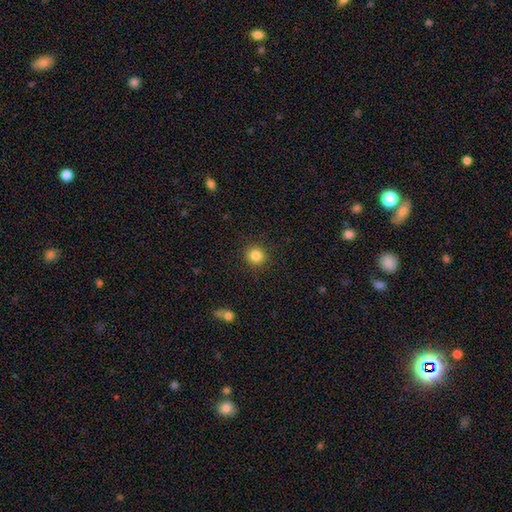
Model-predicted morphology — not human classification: A smooth galaxy with no disk features (84%) that is round (92%). Merging: none (90%).